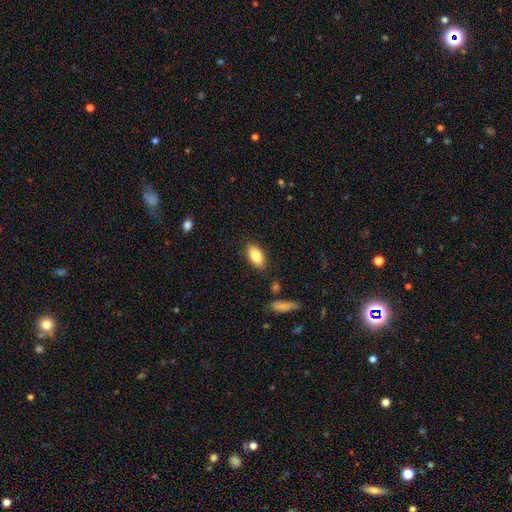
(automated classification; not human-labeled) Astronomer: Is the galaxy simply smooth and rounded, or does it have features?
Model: smooth — 84%.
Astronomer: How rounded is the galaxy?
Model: in between — 92%.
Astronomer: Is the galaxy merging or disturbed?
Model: none — 84%.